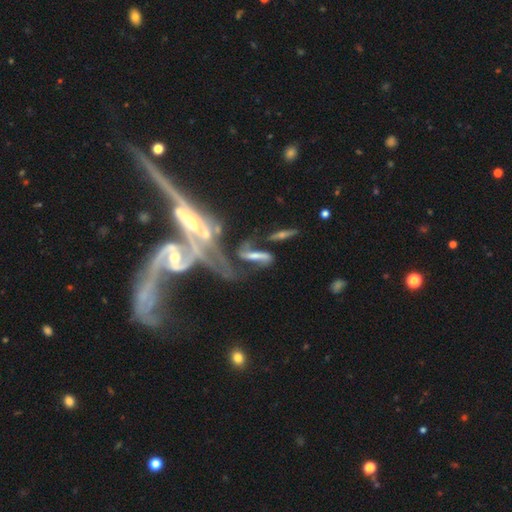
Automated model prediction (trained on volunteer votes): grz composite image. It shows a featured or disk galaxy (63%). Merging: merger (38%).